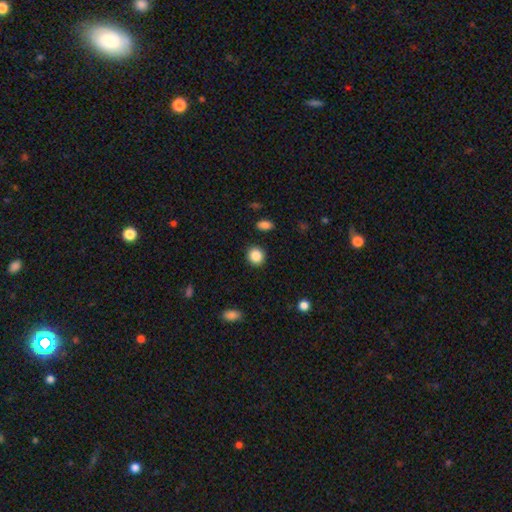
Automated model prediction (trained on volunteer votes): This appears to be a smooth galaxy with no disk features (88%) that is round (83%). Merging: none (90%).